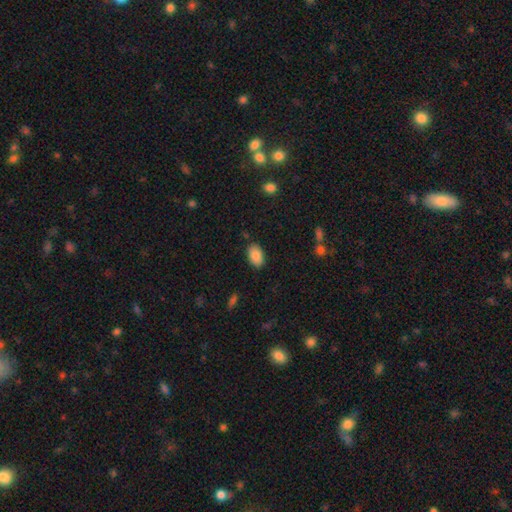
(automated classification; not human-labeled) This is clearly a smooth galaxy (87%). How rounded: clearly in between (91%). Merging: clearly none (86%).